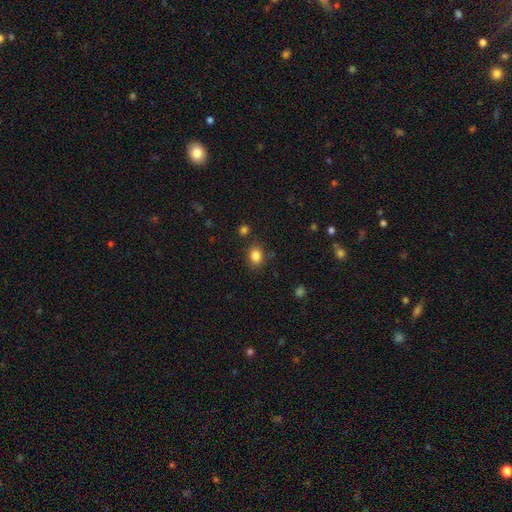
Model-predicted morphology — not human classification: Smooth or featured? Predicted: smooth (p=0.85). How rounded? Predicted: in between (p=0.56). Merging? Predicted: none (p=0.81).